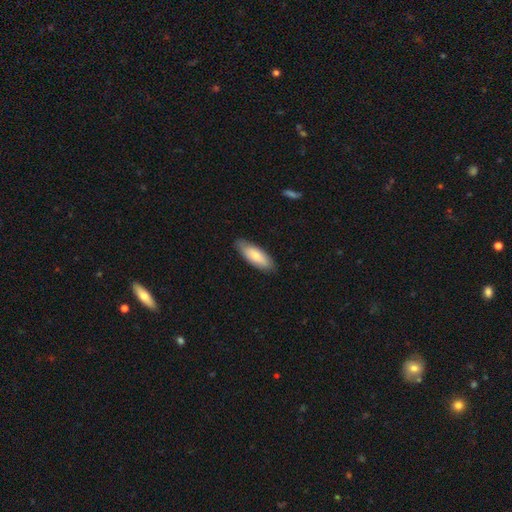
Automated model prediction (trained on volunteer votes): smooth 75%, featured or disk 19%, star or artifact 5%. Down the decision tree: how rounded — in between (71%); merging — none (84%).